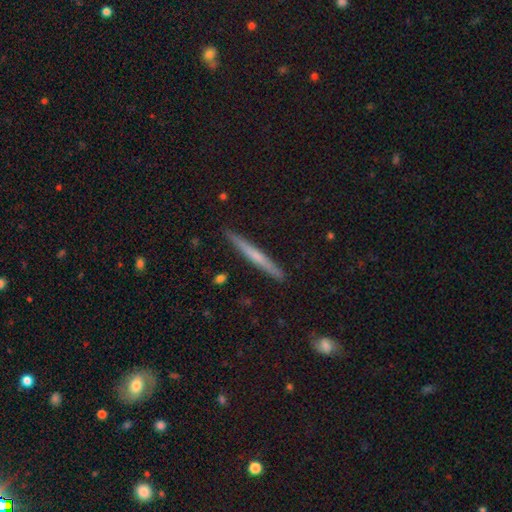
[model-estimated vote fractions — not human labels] This appears to be a smooth galaxy with no disk features (47%, tied with featured or disk). Merging: none (91%).